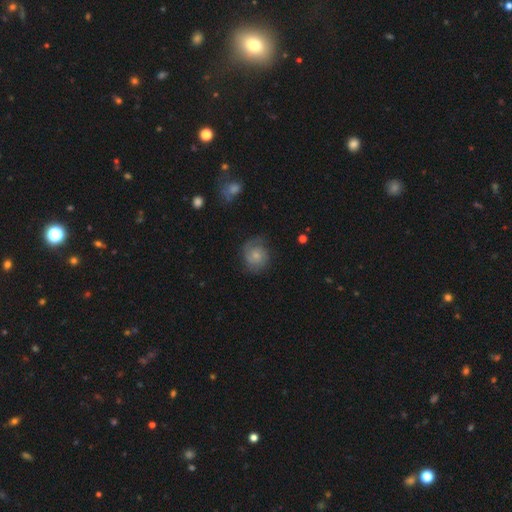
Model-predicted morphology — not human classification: Overall: featured or disk (69%). Edge-on disk: no (98%). Bar: no (68%; weak 29%). Spiral arms: yes (94%). Spiral arm count: 2 (68%). Spiral winding: tight (51%; medium 38%). Bulge size: small (60%; moderate 27%). Merging: none (72%).